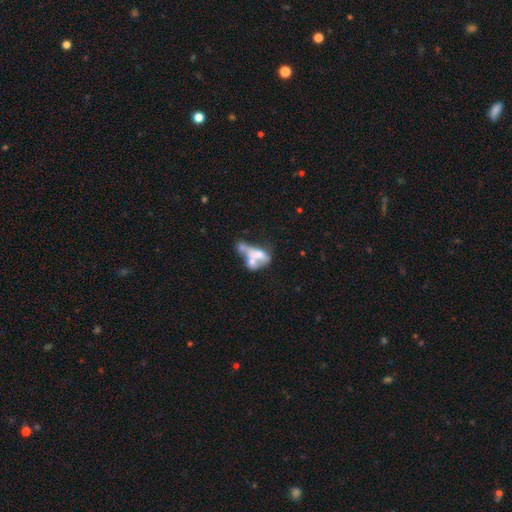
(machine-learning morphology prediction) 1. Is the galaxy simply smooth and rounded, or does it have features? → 45% smooth, 44% featured or disk, 11% star or artifact.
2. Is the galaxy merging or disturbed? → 61% merger, 16% major disturbance, 14% none, 9% minor disturbance.